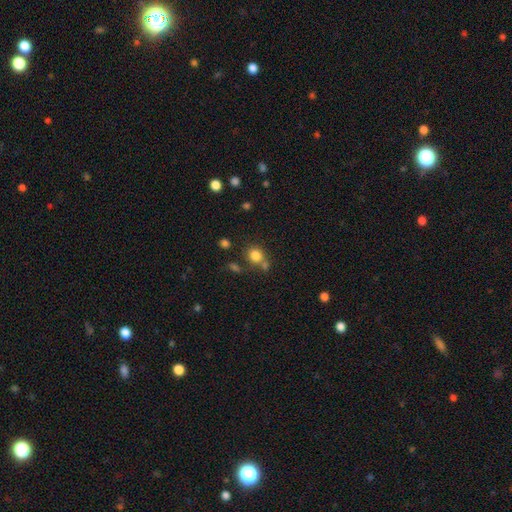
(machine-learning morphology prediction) Smooth or featured: smooth — 81% (star or artifact — 12%)
How rounded: round — 78% (in between — 21%)
Merging: none — 61% (merger — 22%)